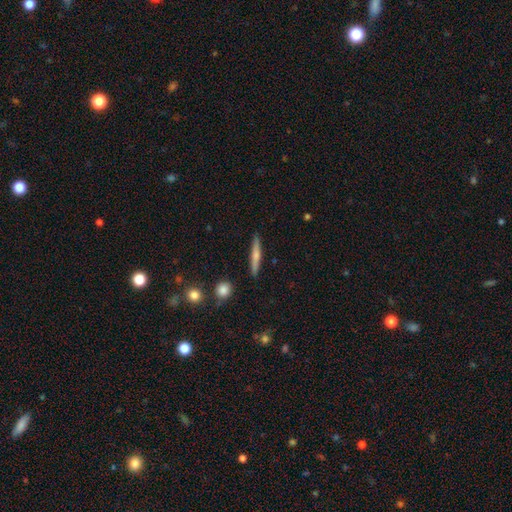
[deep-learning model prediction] smooth-or-featured: smooth: 56% | featured or disk: 37% | star or artifact: 6%
  how-rounded: cigar-shaped: 92% | in between: 6% | round: 2%
  merging: none: 89% | minor disturbance: 7% | merger: 2% | major disturbance: 2%